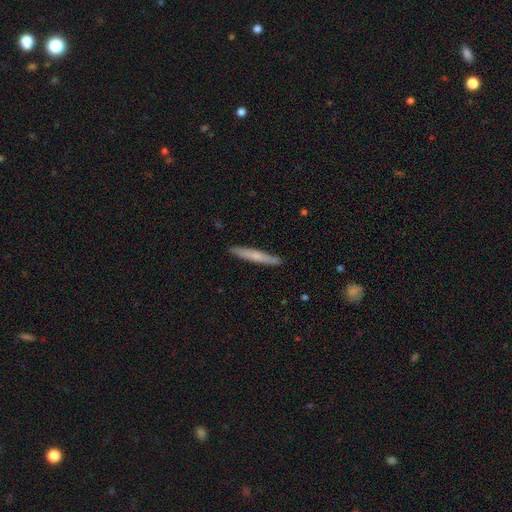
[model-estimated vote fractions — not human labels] smooth 61%, featured or disk 34%, star or artifact 5%. Down the decision tree: how rounded — cigar-shaped (96%); merging — none (90%).